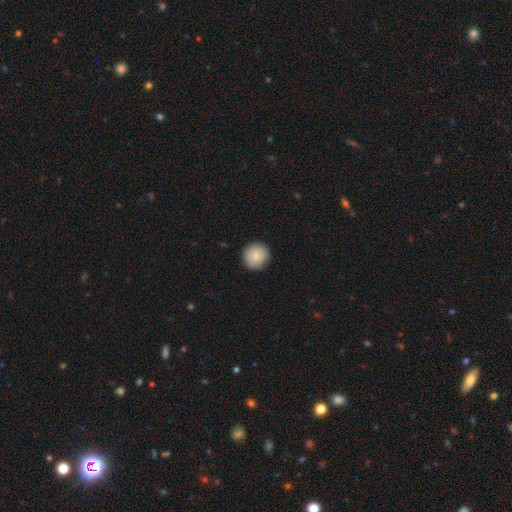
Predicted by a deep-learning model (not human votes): smooth 87%, star or artifact 7%, featured or disk 7%. Down the decision tree: how rounded — round (93%); merging — none (90%).